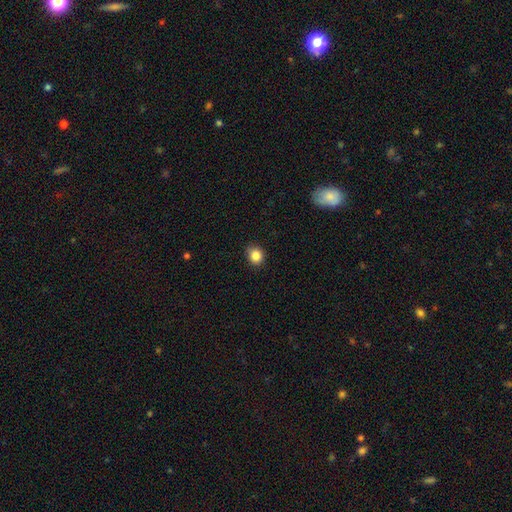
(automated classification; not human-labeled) Smooth or featured: smooth — 85% (star or artifact — 11%)
How rounded: round — 77% (in between — 23%)
Merging: none — 85% (minor disturbance — 12%)